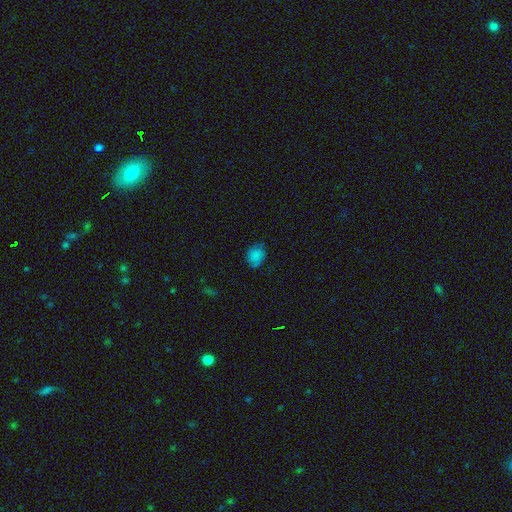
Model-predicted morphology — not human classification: Smooth or featured? smooth (80%)
How rounded? in between (56%)
Merging? none (66%)